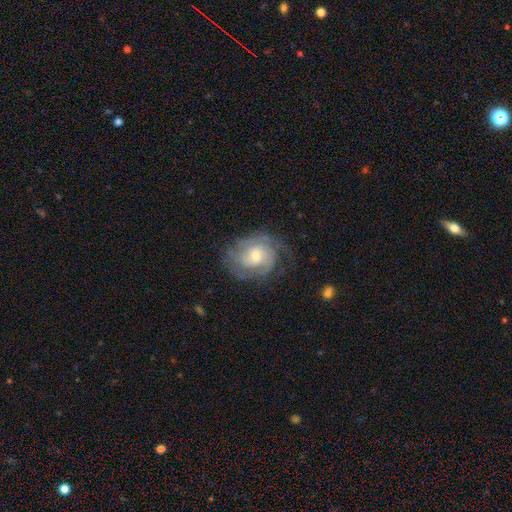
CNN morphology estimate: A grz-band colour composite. It shows a featured or disk galaxy (78%) with no bar (65%), tight (62%) spiral arms (92%) and a moderate central bulge (51%). Merging: none (69%).